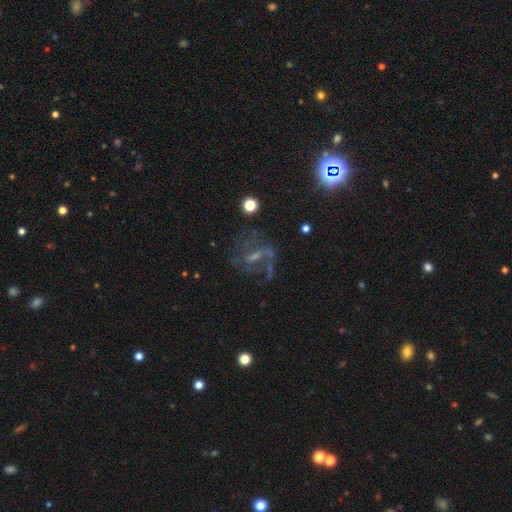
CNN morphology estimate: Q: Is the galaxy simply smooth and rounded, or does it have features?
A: featured or disk — 66%.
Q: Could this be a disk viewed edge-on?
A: no — 94%.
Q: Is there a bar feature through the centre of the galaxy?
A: weak — 47%.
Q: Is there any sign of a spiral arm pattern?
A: yes — 74%.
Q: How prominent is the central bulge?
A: small — 49%.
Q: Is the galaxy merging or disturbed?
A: none — 51%.